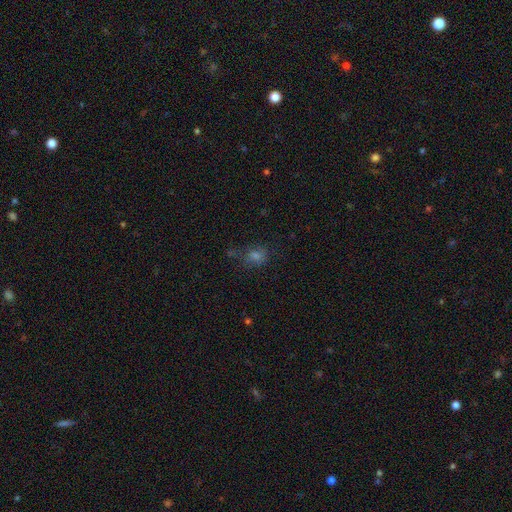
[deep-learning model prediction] This appears to be a smooth galaxy with no disk features (53%) that is round (57%). Merging: none (67%).